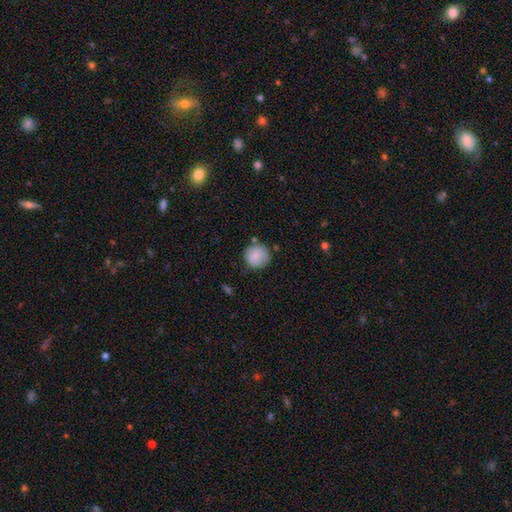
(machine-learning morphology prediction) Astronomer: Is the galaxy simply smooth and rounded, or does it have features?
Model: smooth — 85%.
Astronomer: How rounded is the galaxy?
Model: round — 93%.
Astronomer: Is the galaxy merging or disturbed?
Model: none — 79%.